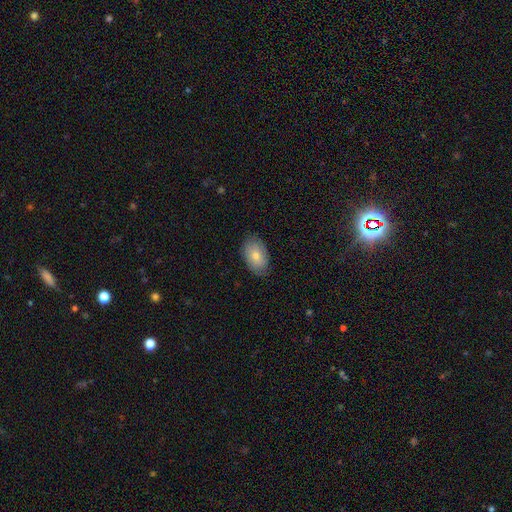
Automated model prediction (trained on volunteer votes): Smooth or featured: smooth — 64% (featured or disk — 27%)
How rounded: in between — 90% (round — 9%)
Merging: none — 81% (minor disturbance — 15%)